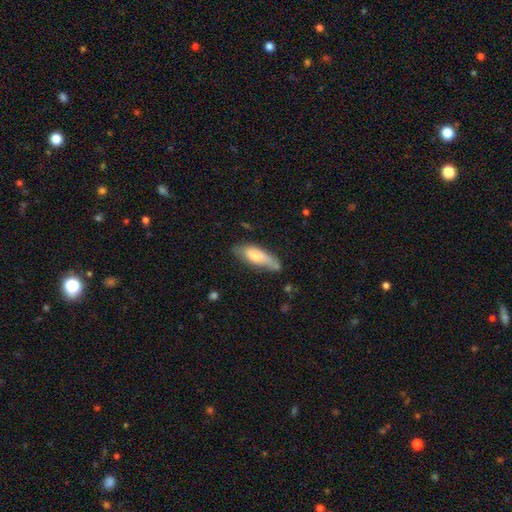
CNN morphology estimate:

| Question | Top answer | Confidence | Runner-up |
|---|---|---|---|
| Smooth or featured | smooth | 68% | featured or disk (26%) |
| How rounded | in between | 52% | cigar-shaped (46%) |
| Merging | none | 59% | minor disturbance (29%) |